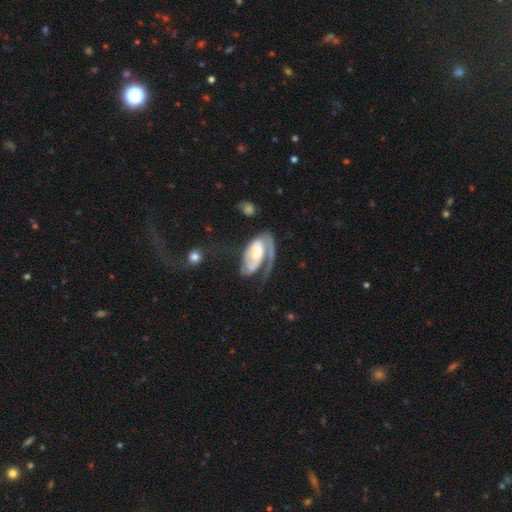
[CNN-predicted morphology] Smooth or featured: featured or disk — 77% (smooth — 18%)
Edge-on disk: no — 95% (yes — 5%)
Bar: no — 53% (weak — 33%)
Spiral arms: yes — 88% (no — 12%)
Spiral winding: tight — 52% (medium — 32%)
Spiral arm count: 1 — 66% (2 — 19%)
Bulge size: moderate — 52% (large — 24%)
Merging: major disturbance — 39% (none — 36%)